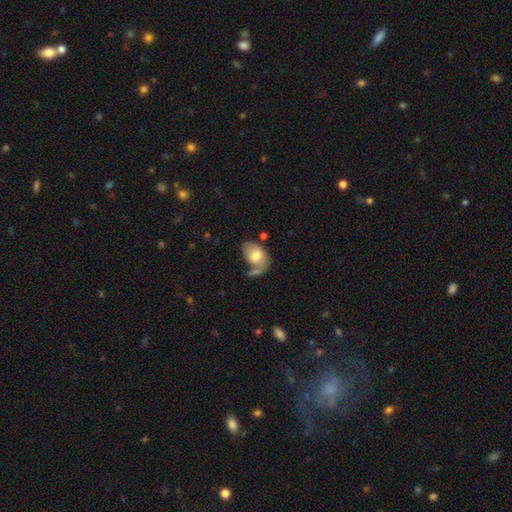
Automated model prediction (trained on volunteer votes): Smooth or featured? Predicted: smooth (p=0.69). How rounded? Predicted: in between (p=0.84). Merging? Predicted: none (p=0.37).